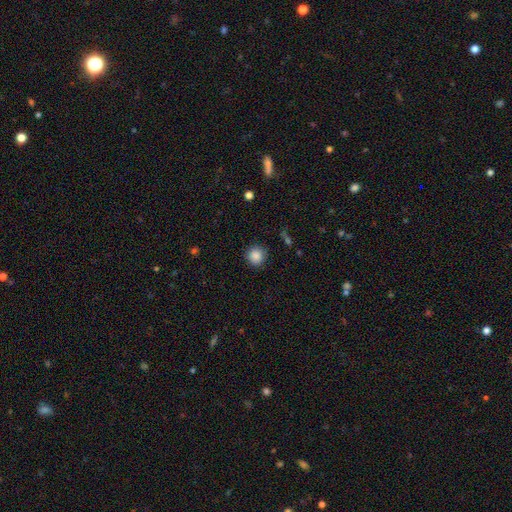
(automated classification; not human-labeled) Smooth or featured: smooth — 87% (star or artifact — 10%)
How rounded: round — 92% (in between — 7%)
Merging: none — 88% (minor disturbance — 8%)